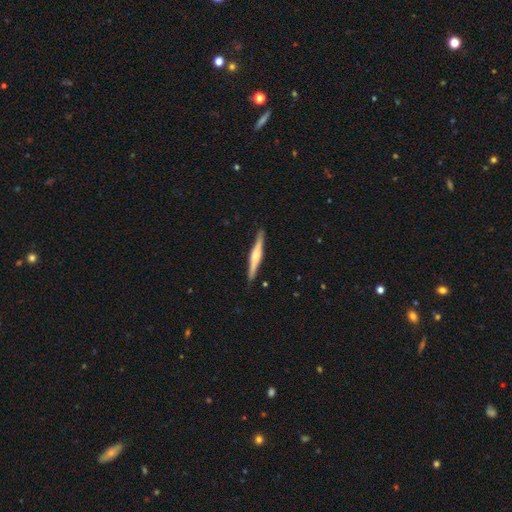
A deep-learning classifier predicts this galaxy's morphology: This is likely a featured or disk galaxy (70%). It is clearly viewed edge-on (98%). Edge-on bulge: clearly rounded (81%). Merging: clearly none (90%).